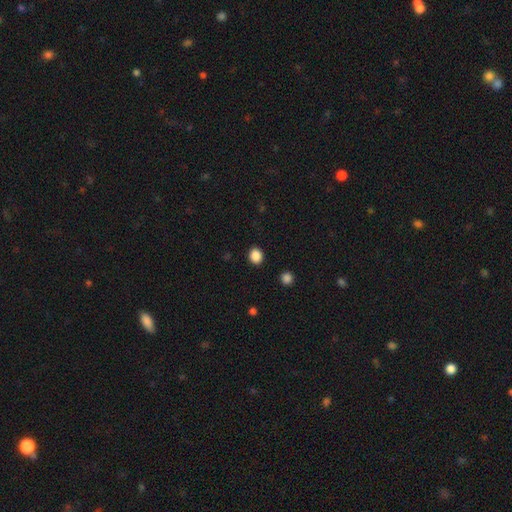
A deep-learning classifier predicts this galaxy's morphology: Smooth or featured? Predicted: smooth (p=0.88). How rounded? Predicted: round (p=0.66). Merging? Predicted: none (p=0.91).